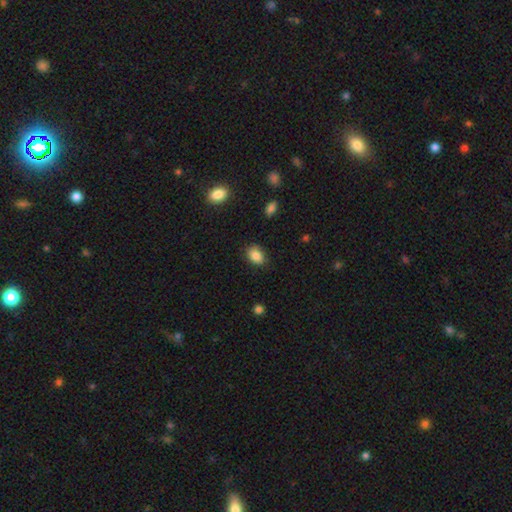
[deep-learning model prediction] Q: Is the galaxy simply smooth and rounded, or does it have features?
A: smooth — 86%.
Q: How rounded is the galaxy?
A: in between — 74%.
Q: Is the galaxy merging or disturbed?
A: none — 82%.